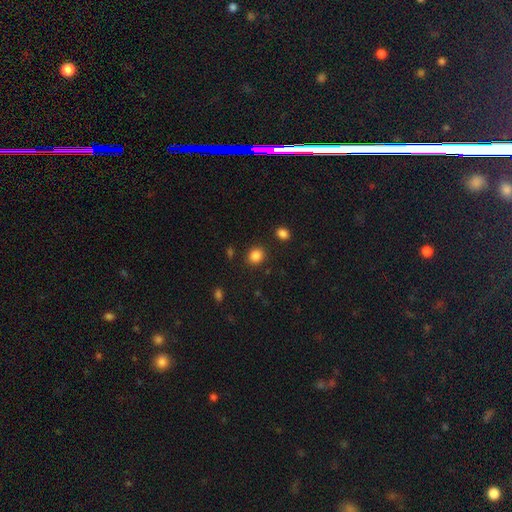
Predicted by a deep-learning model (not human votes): Smooth or featured? smooth (86%)
How rounded? round (75%)
Merging? none (88%)